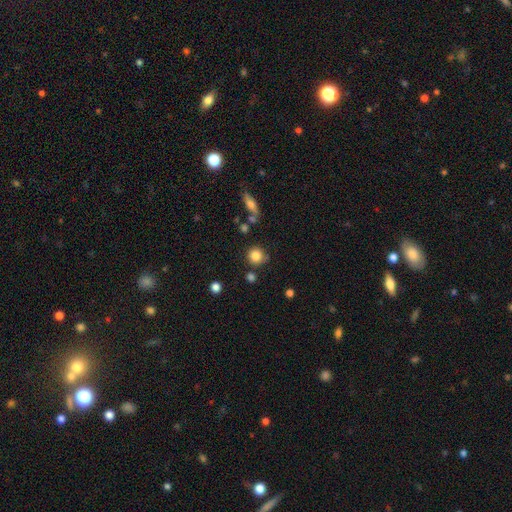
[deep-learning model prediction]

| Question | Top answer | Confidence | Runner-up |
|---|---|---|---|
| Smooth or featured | smooth | 84% | star or artifact (10%) |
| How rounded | round | 91% | in between (8%) |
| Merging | none | 77% | minor disturbance (12%) |